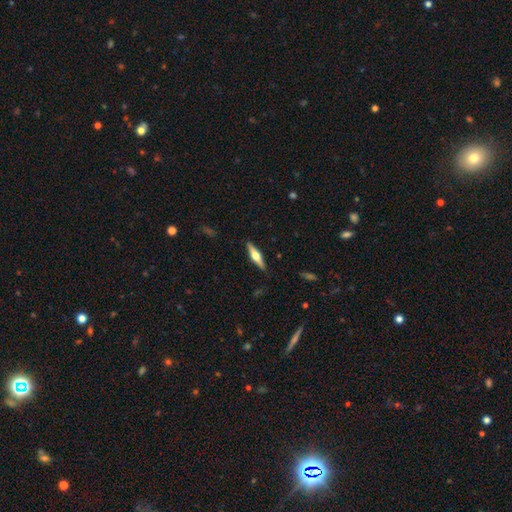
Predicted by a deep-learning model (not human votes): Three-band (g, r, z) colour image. It shows a featured or disk galaxy (64%) viewed edge-on (97%) with a rounded central bulge (94%). Merging: none (90%).